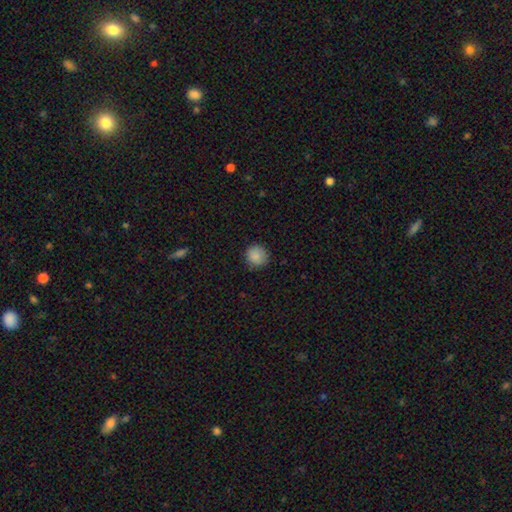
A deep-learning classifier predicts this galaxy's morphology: Smooth or featured? smooth (87%)
How rounded? round (92%)
Merging? none (88%)